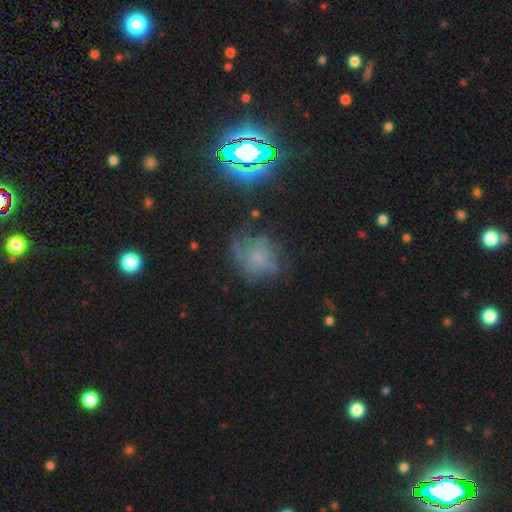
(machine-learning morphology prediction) This is possibly a featured or disk galaxy (46%). Merging: possibly none (56%).